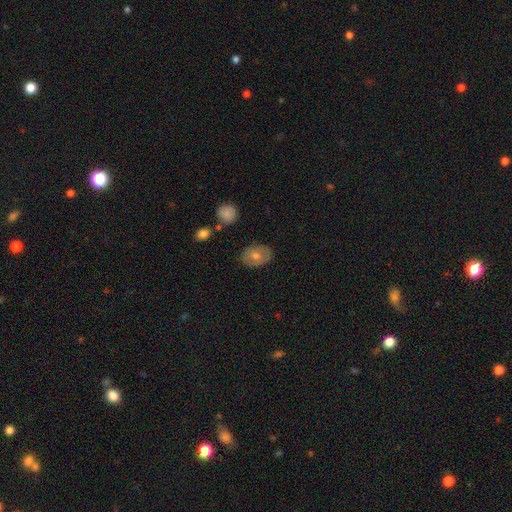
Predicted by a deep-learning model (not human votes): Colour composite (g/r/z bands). It shows a smooth galaxy with no disk features (56%) that is in between round and cigar-shaped (69%). Merging: none (82%).